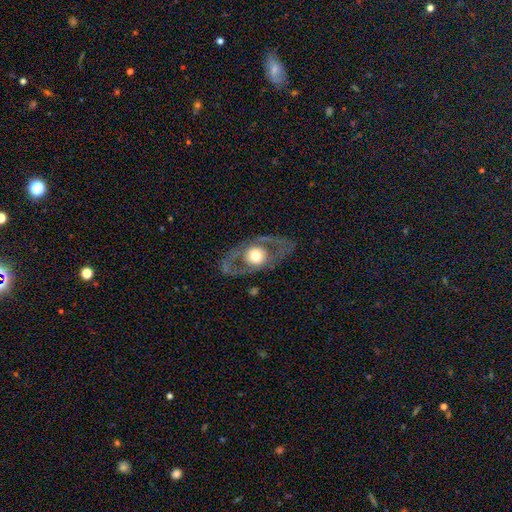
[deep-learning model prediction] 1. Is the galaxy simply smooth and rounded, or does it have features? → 63% featured or disk, 31% smooth, 5% star or artifact.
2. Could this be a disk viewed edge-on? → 88% no, 12% yes.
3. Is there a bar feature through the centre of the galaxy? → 86% no, 10% weak, 4% strong.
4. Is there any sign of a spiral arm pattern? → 77% no, 23% yes.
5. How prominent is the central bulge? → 46% moderate, 42% large, 6% dominant, 5% small, 1% none.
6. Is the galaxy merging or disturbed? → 75% none, 12% minor disturbance, 11% major disturbance, 1% merger.